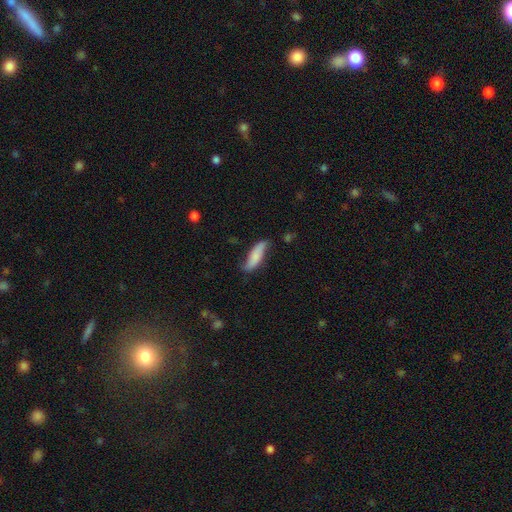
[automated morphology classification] Smooth or featured: smooth — 69% (featured or disk — 24%)
How rounded: cigar-shaped — 56% (in between — 42%)
Merging: none — 61% (minor disturbance — 29%)